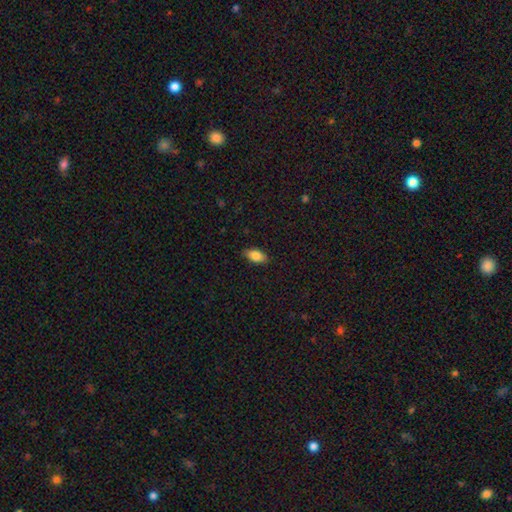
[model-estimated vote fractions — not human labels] The model was most divided on "smooth or featured": smooth: 84%, featured or disk: 9%, star or artifact: 7%. More confident: how rounded — in between (90%); merging — none (87%).